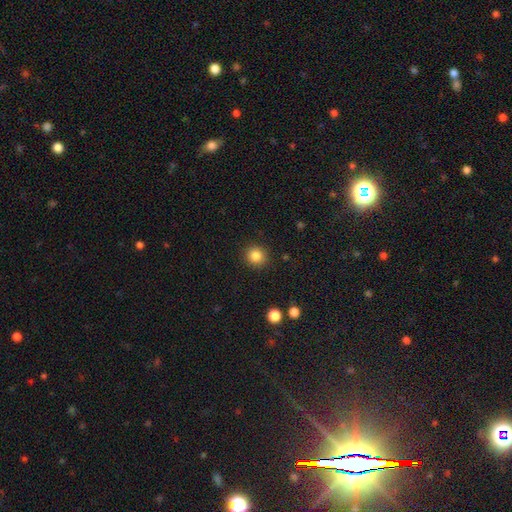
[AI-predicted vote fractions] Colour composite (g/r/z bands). It shows a smooth galaxy with no disk features (84%) that is round (91%). Merging: none (91%).